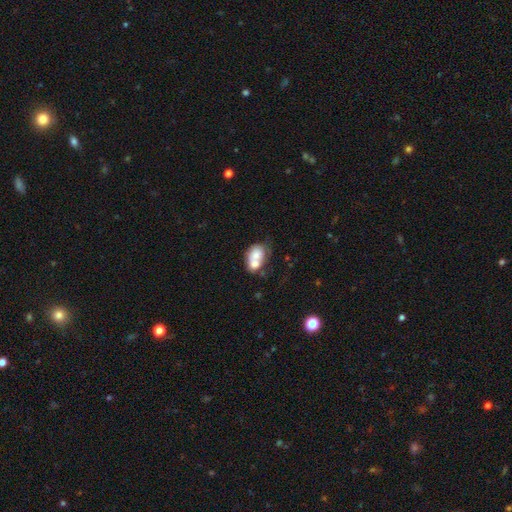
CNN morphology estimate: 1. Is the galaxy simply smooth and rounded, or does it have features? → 62% smooth, 29% featured or disk, 8% star or artifact.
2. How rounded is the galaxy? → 66% in between, 33% round, 1% cigar-shaped.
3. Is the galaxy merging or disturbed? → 63% merger, 21% none, 10% minor disturbance, 6% major disturbance.